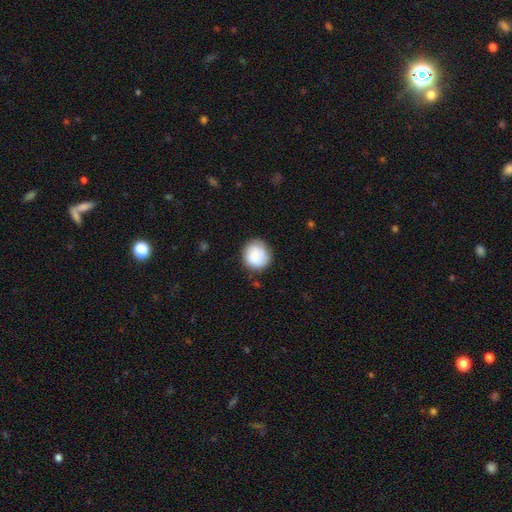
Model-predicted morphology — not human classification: Q: Smooth or featured?
A: smooth (75%); runner-up: featured or disk (18%)
Q: How rounded?
A: round (84%); runner-up: in between (15%)
Q: Merging?
A: none (76%); runner-up: minor disturbance (17%)